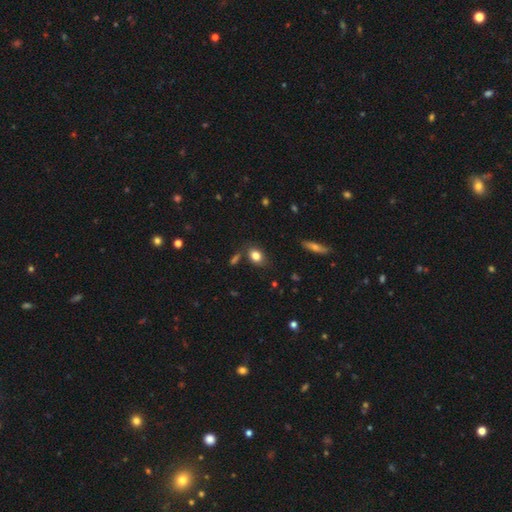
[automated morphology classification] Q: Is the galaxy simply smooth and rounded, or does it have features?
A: smooth — 82%.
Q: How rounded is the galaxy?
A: in between — 67%.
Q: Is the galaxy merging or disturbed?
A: none — 77%.